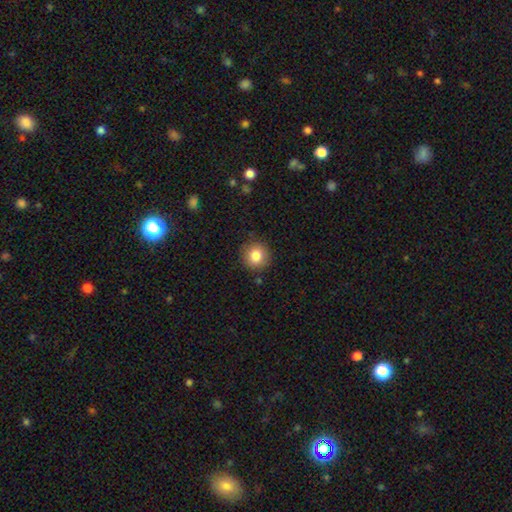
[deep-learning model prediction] Overall: smooth (82%). How rounded: round (93%). Merging: none (88%).